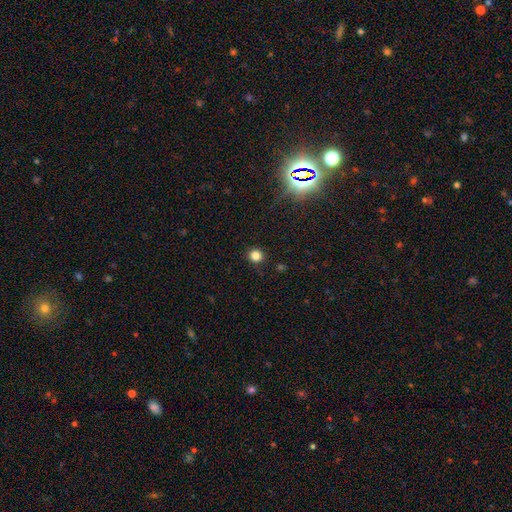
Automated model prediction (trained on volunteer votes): Overall: smooth (82%). How rounded: round (90%). Merging: none (90%).